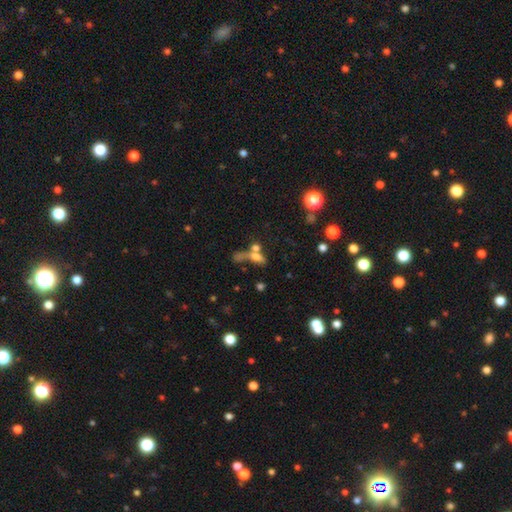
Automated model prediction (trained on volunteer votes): smooth_or_featured: smooth (p=0.57) [alt: featured or disk p=0.26]
how_rounded: in between (p=0.44) [alt: cigar-shaped p=0.34]
merging: merger (p=0.47) [alt: none p=0.28]